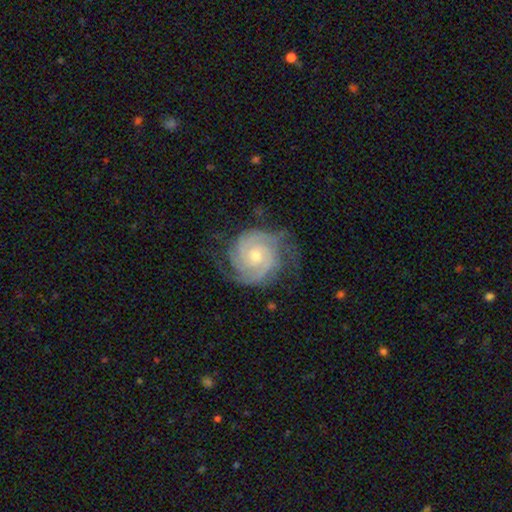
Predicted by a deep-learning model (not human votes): Smooth or featured?
  - featured or disk: 90% *
  - smooth: 5%
  - star or artifact: 4%
Edge-on disk?
  - no: 98% *
  - yes: 2%
Bar?
  - no: 72% *
  - weak: 23%
  - strong: 5%
Spiral arms?
  - yes: 98% *
  - no: 2%
Spiral winding?
  - tight: 73% *
  - medium: 23%
  - loose: 4%
Spiral arm count?
  - 2: 47% *
  - 3: 25%
  - can't tell: 12%
  - 4: 7%
  - more than 4: 4%
  - 1: 4%
Bulge size?
  - small: 50% *
  - moderate: 47%
  - large: 1%
  - none: 1%
  - dominant: 1%
Merging?
  - none: 74% *
  - minor disturbance: 18%
  - major disturbance: 7%
  - merger: 1%